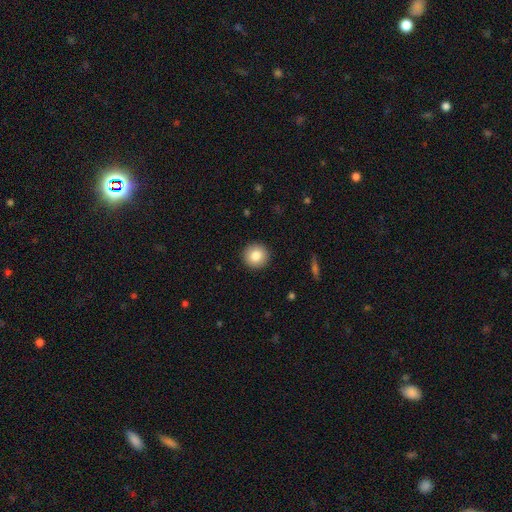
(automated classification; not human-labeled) Q: Smooth or featured?
A: smooth (84%); runner-up: star or artifact (8%)
Q: How rounded?
A: round (94%); runner-up: in between (5%)
Q: Merging?
A: none (92%); runner-up: minor disturbance (5%)